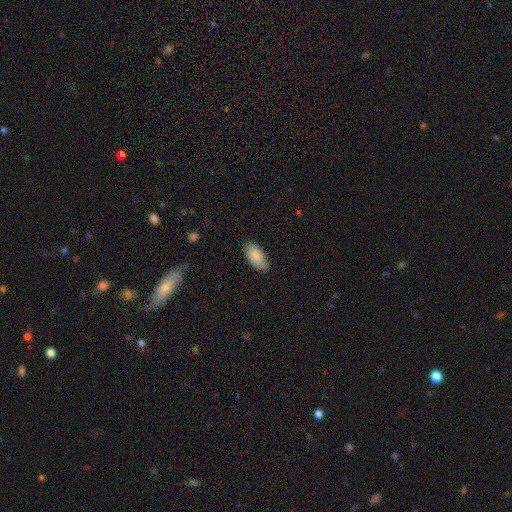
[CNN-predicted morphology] Overall: smooth (85%). How rounded: in between (93%). Merging: none (82%).